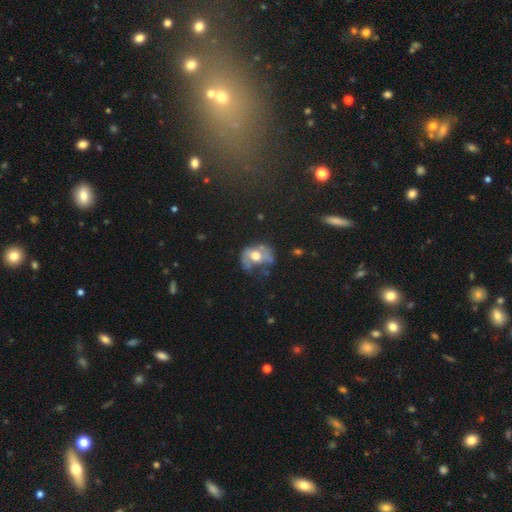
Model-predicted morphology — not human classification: Smooth or featured: featured or disk — 51% (smooth — 37%)
Edge-on disk: no — 96% (yes — 4%)
Merging: major disturbance — 34% (tied with none — 34%)